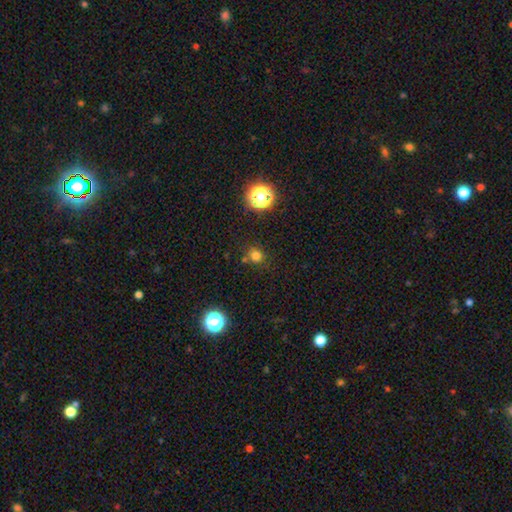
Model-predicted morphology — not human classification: This is likely a smooth galaxy (74%). How rounded: clearly round (87%). Merging: likely none (79%).